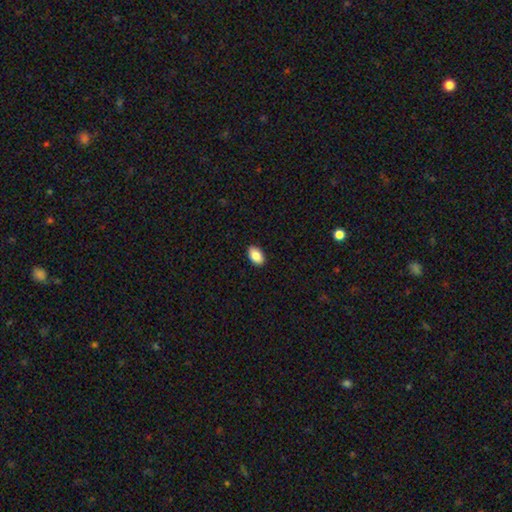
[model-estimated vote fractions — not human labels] The model was most divided on "smooth or featured": smooth: 87%, star or artifact: 7%, featured or disk: 6%. More confident: how rounded — in between (93%); merging — none (90%).